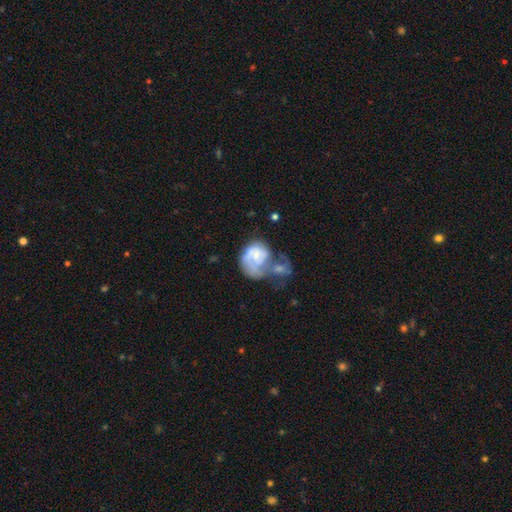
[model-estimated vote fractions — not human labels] This is possibly a featured or disk galaxy (60%). It is clearly not viewed edge-on (98%). Bar: likely no (69%). Spiral arm pattern: likely yes (69%). Central bulge: possibly small (46%). Merging: marginally merger (45%).